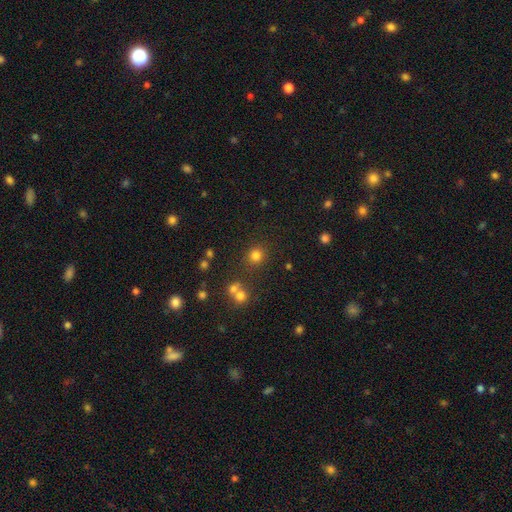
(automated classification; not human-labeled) Q: Smooth or featured?
A: smooth (79%); runner-up: star or artifact (16%)
Q: How rounded?
A: round (89%); runner-up: in between (10%)
Q: Merging?
A: none (81%); runner-up: minor disturbance (8%)